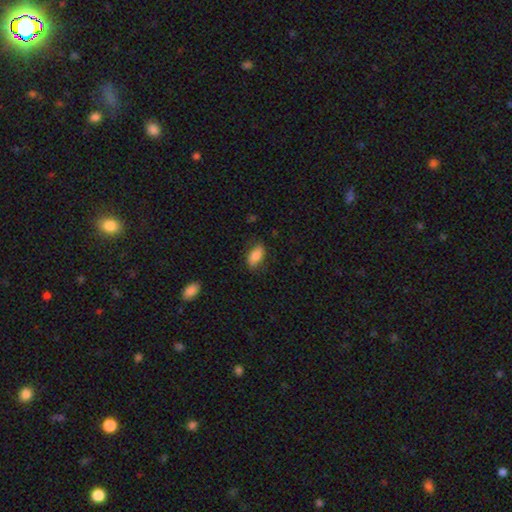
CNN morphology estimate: A smooth galaxy with no disk features (83%) that is in between round and cigar-shaped (88%).

Vote fractions:
- Smooth or featured? smooth: 83% / featured or disk: 10% / star or artifact: 7%
- How rounded? in between: 88% / cigar-shaped: 8% / round: 4%
- Merging? none: 74% / minor disturbance: 20% / major disturbance: 5% / merger: 1%